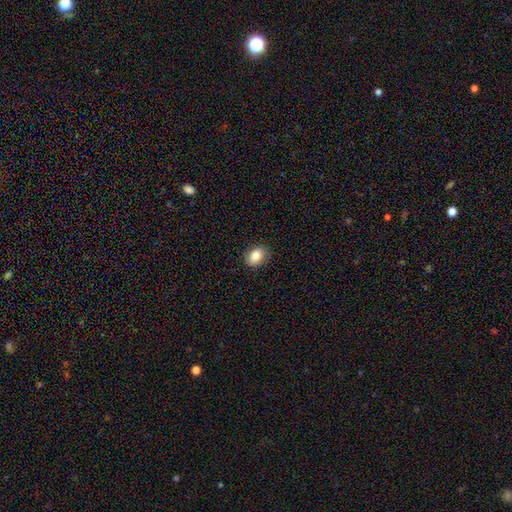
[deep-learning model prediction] Smooth or featured? Predicted: smooth (p=0.83). How rounded? Predicted: in between (p=0.67). Merging? Predicted: none (p=0.87).